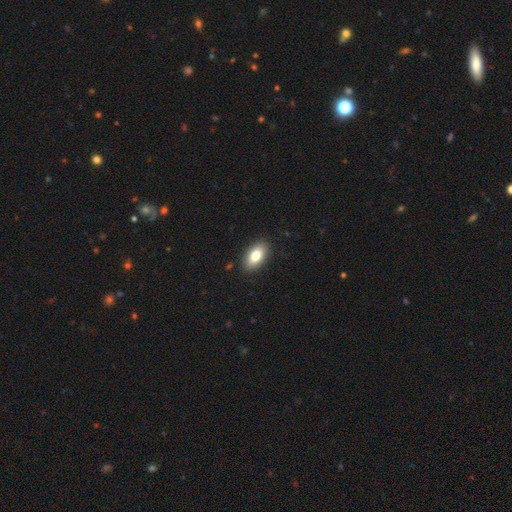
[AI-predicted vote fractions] This is clearly a smooth galaxy (82%). How rounded: clearly in between (92%). Merging: clearly none (88%).